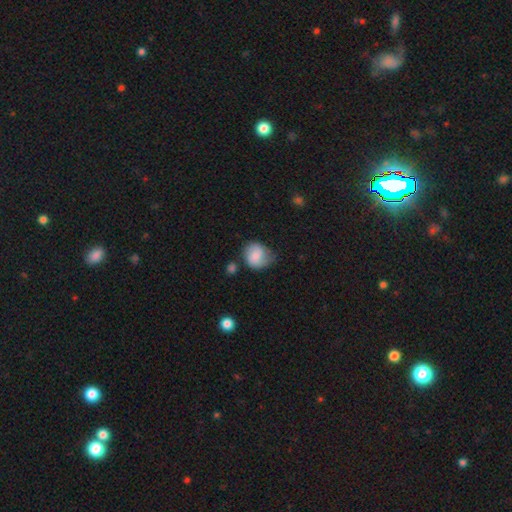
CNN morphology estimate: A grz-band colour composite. It shows a smooth galaxy with no disk features (68%) that is round (69%). Merging: none (42%).